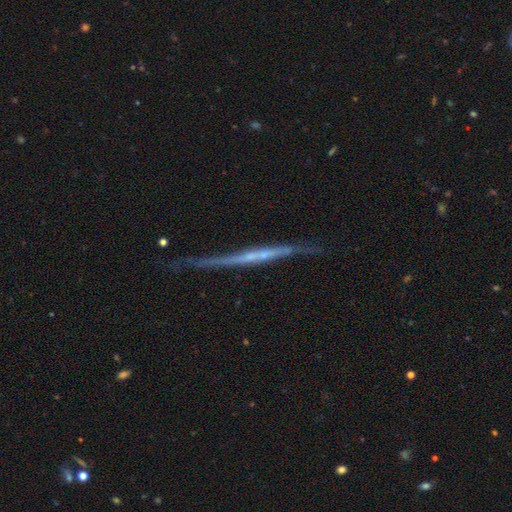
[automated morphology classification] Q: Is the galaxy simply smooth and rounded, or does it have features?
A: featured or disk — 75%.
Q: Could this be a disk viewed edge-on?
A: yes — 94%.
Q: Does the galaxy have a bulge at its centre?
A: none — 72%.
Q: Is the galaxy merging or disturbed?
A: none — 72%.